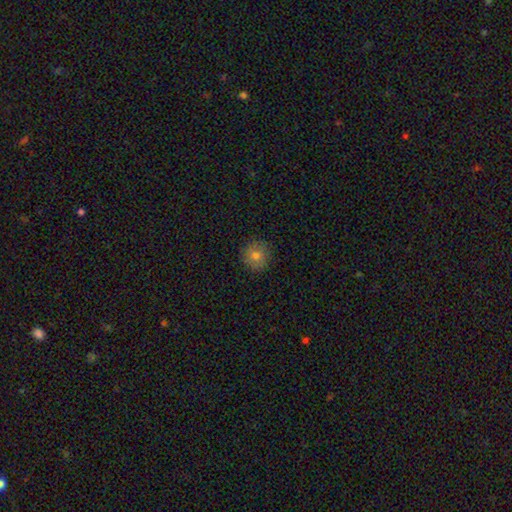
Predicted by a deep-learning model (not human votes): Smooth or featured?
  - smooth: 78% *
  - featured or disk: 11%
  - star or artifact: 11%
How rounded?
  - round: 92% *
  - in between: 7%
  - cigar-shaped: 1%
Merging?
  - none: 88% *
  - minor disturbance: 9%
  - major disturbance: 2%
  - merger: 1%